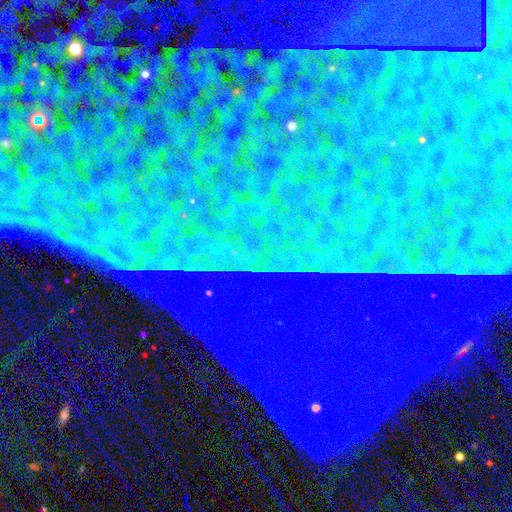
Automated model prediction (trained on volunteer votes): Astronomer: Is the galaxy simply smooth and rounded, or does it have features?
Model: star or artifact — 85%.